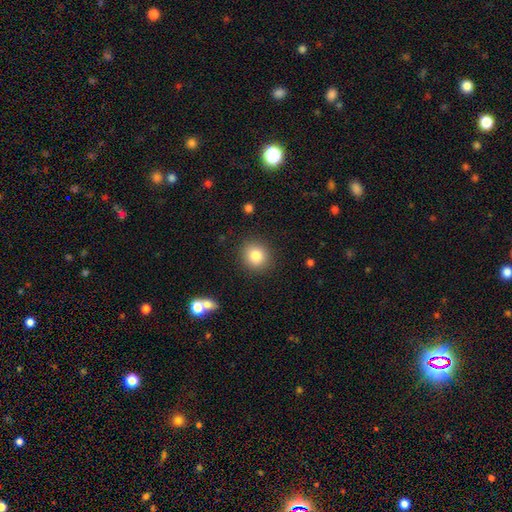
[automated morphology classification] This appears to be a smooth galaxy with no disk features (83%) that is round (84%). Merging: none (89%).